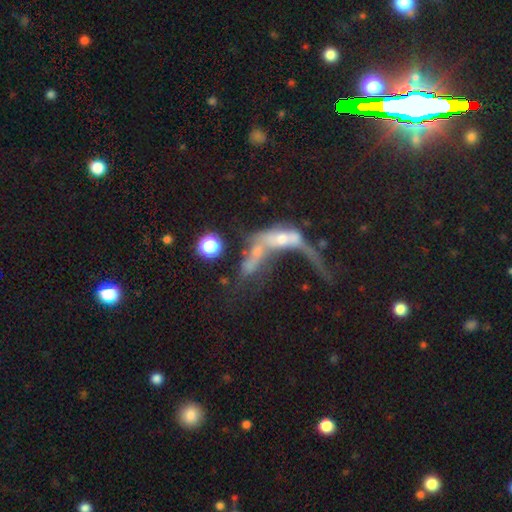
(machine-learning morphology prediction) Overall: featured or disk (52%; smooth 34%). Edge-on disk: no (80%). Merging: merger (62%; major disturbance 24%).